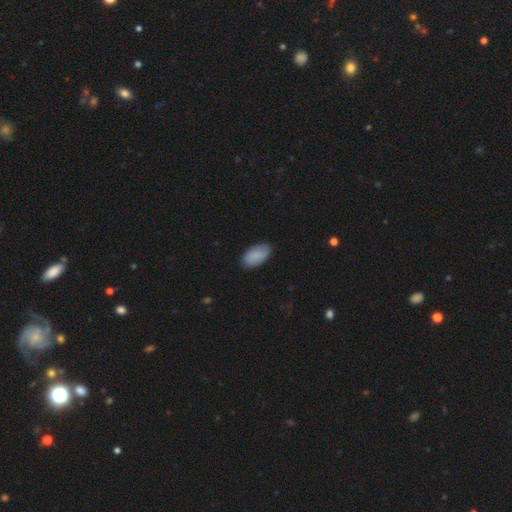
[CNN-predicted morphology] Smooth or featured?
  - smooth: 87% *
  - featured or disk: 7%
  - star or artifact: 6%
How rounded?
  - in between: 94% *
  - round: 3%
  - cigar-shaped: 3%
Merging?
  - none: 82% *
  - minor disturbance: 14%
  - major disturbance: 3%
  - merger: 1%